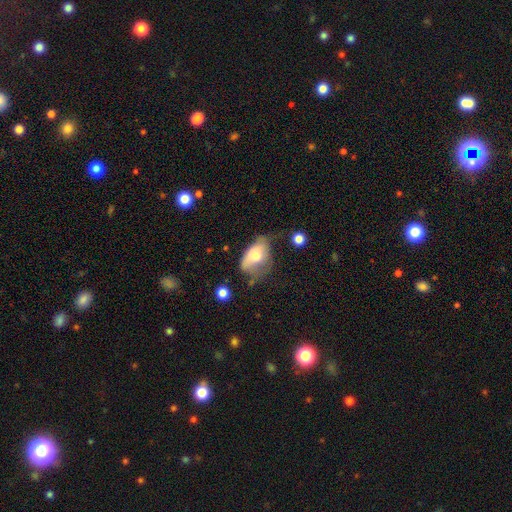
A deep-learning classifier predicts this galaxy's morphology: smooth_or_featured: smooth (p=0.62) [alt: featured or disk p=0.29]
how_rounded: in between (p=0.85) [alt: round p=0.12]
merging: minor disturbance (p=0.36) [alt: major disturbance p=0.32]